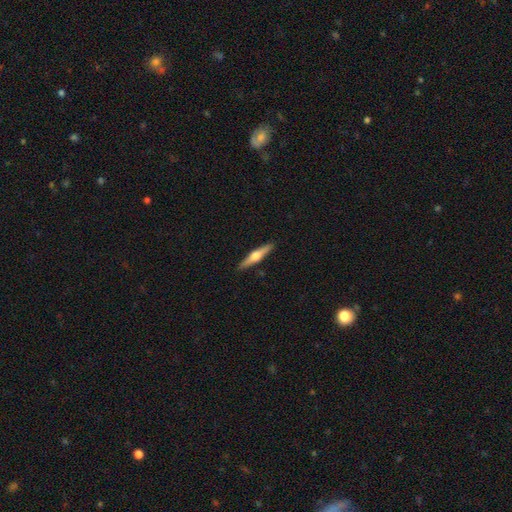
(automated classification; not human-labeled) This appears to be a featured or disk galaxy (64%) viewed edge-on (97%) with a rounded central bulge (93%). Merging: none (91%).